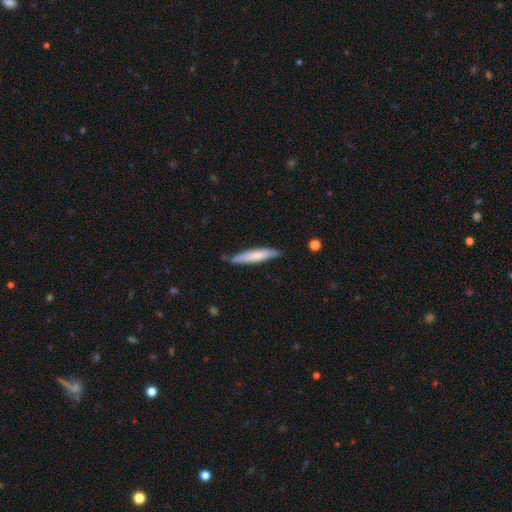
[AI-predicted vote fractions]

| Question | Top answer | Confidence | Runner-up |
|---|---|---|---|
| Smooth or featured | smooth | 72% | featured or disk (23%) |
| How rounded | cigar-shaped | 90% | in between (9%) |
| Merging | none | 80% | minor disturbance (15%) |